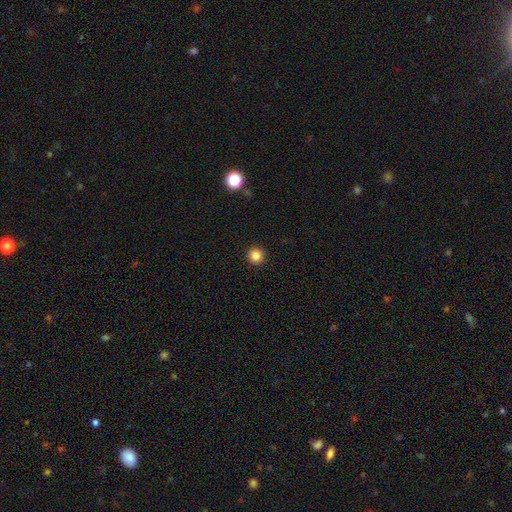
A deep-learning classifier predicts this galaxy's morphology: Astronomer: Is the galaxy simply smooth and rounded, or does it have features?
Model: smooth — 85%.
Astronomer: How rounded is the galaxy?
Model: round — 95%.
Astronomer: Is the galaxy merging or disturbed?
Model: none — 93%.